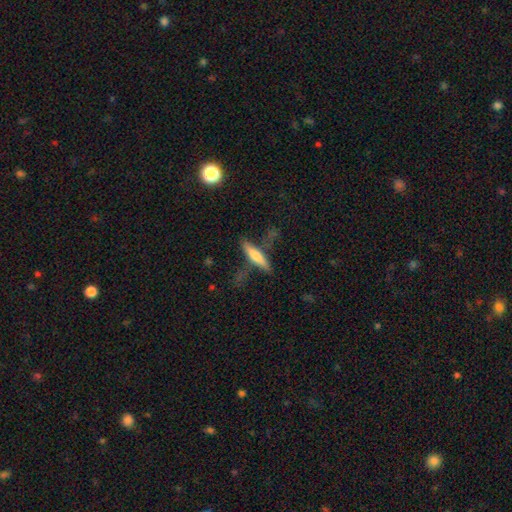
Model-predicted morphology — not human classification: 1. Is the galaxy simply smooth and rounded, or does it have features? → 51% smooth, 42% featured or disk, 7% star or artifact.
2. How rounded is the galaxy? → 82% cigar-shaped, 16% in between, 2% round.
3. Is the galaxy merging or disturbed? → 67% none, 19% minor disturbance, 9% major disturbance, 5% merger.